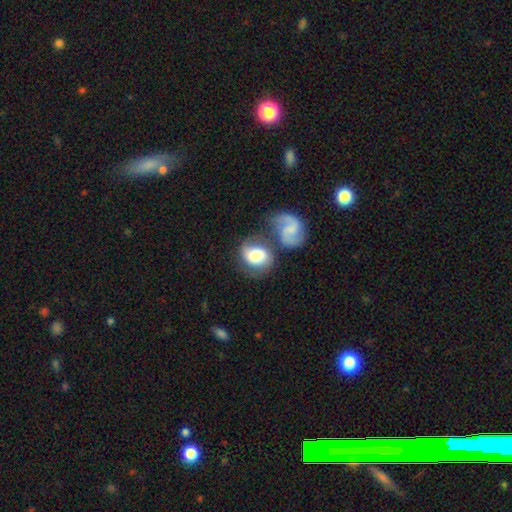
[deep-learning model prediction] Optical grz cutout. It shows a smooth galaxy with no disk features (61%) that is in between round and cigar-shaped (56%). Merging: none (38%).